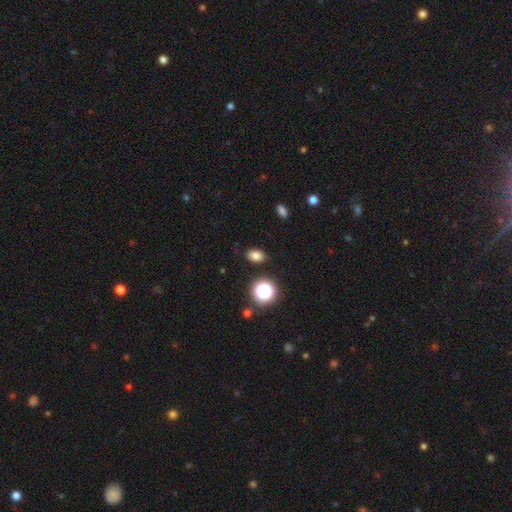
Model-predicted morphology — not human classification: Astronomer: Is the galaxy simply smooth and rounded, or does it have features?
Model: smooth — 80%.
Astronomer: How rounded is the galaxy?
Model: in between — 78%.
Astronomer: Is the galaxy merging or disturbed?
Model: none — 87%.